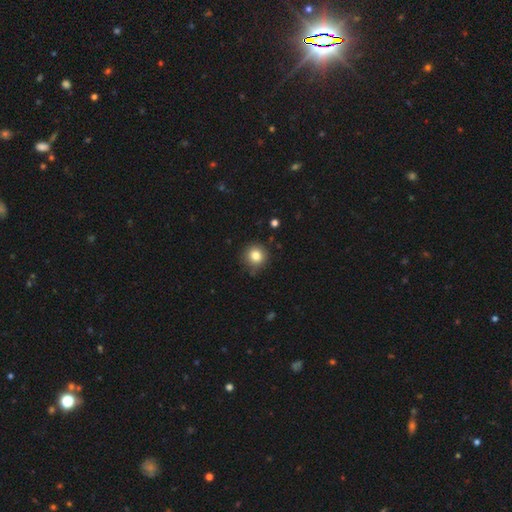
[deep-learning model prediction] Morphology: type=smooth (82%); roundness=round (94%); merging=none (86%).